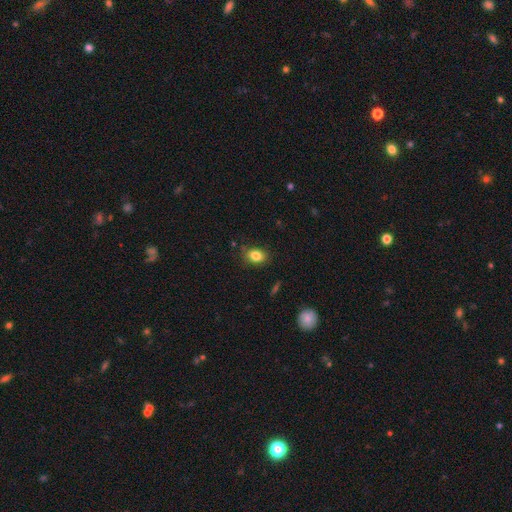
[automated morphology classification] smooth_or_featured: smooth (p=0.83) [alt: star or artifact p=0.10]
how_rounded: in between (p=0.70) [alt: round p=0.29]
merging: none (p=0.79) [alt: minor disturbance p=0.16]